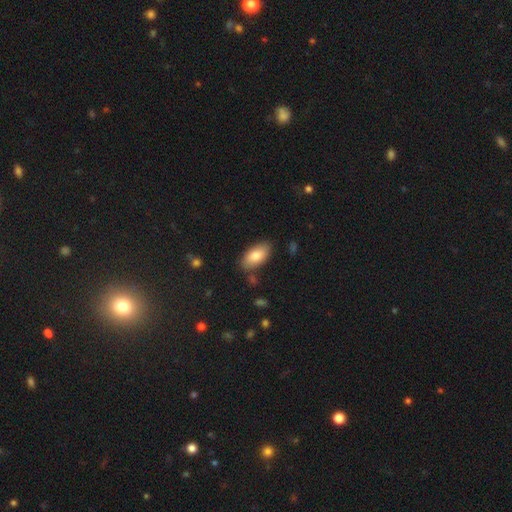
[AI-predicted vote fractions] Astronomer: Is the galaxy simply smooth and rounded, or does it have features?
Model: smooth — 81%.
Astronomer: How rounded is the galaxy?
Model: in between — 93%.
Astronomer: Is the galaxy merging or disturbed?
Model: none — 81%.